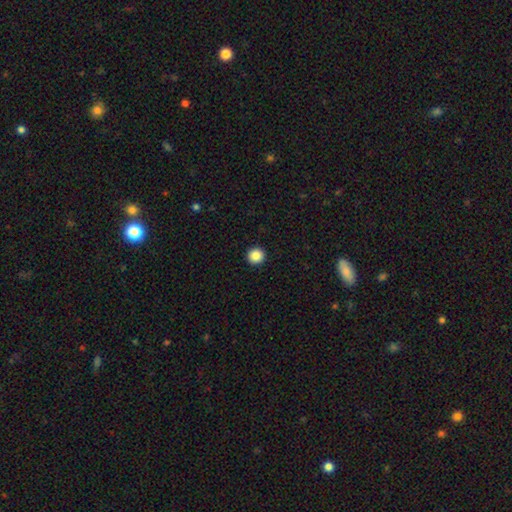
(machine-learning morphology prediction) A smooth galaxy with no disk features (86%) that is round (96%). Merging: none (94%).